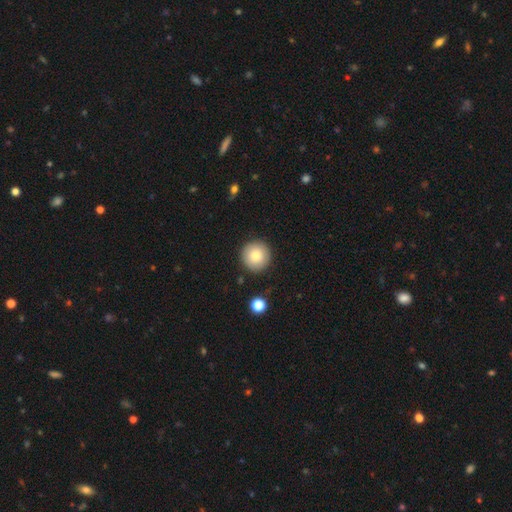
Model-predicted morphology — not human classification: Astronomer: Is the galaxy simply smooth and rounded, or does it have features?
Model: smooth — 81%.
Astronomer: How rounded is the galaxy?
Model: round — 96%.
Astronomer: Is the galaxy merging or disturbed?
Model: none — 89%.